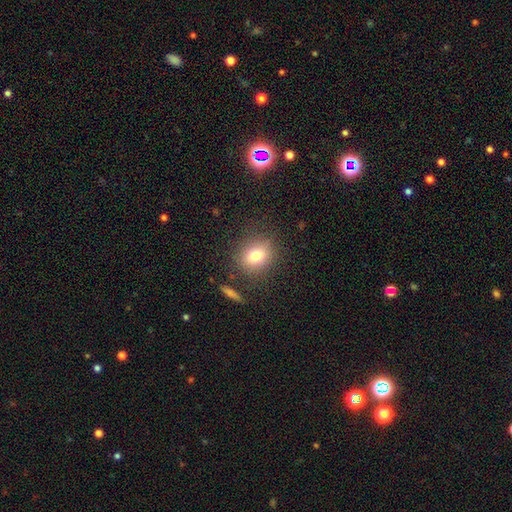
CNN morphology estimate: The model was most divided on "how rounded": round: 64%, in between: 34%, cigar-shaped: 2%. More confident: merging — none (83%); smooth or featured — smooth (76%).